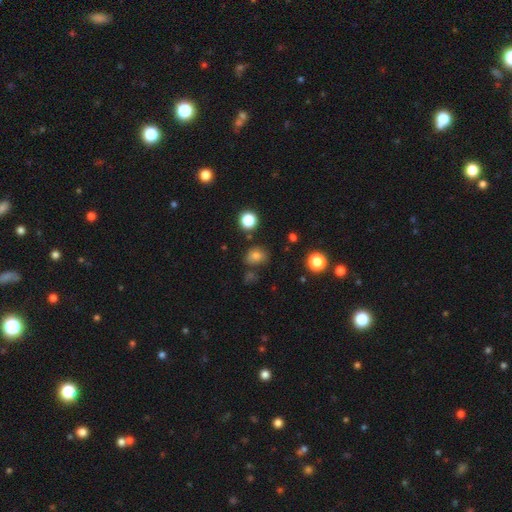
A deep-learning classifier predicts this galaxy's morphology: This is likely a smooth galaxy (76%). How rounded: possibly round (55%). Merging: likely none (74%).